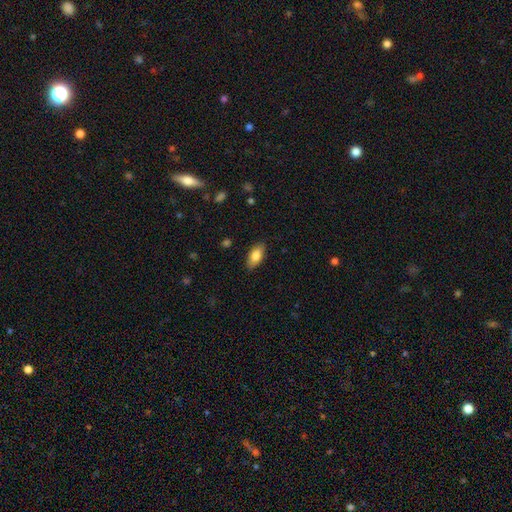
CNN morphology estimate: This appears to be a smooth galaxy with no disk features (83%) that is in between round and cigar-shaped (89%). Merging: none (86%).